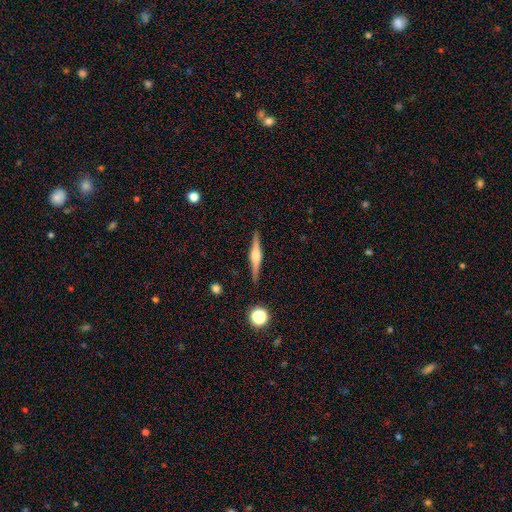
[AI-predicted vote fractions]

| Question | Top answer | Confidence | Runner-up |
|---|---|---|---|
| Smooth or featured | featured or disk | 78% | smooth (16%) |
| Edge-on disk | yes | 98% | no (2%) |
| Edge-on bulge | rounded | 83% | boxy (14%) |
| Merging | none | 90% | minor disturbance (7%) |